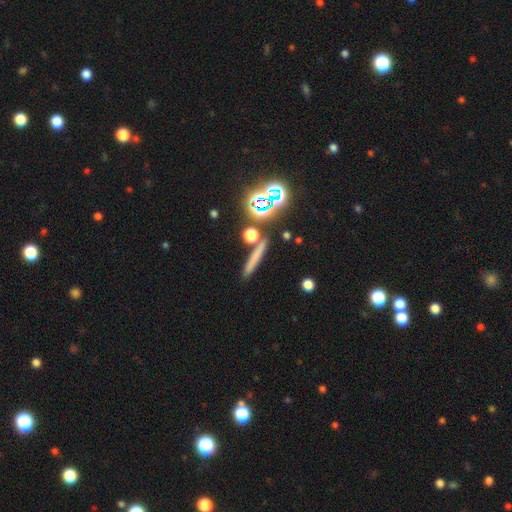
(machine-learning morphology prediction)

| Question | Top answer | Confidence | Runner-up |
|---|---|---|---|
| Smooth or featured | smooth | 54% | star or artifact (25%) |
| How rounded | cigar-shaped | 80% | round (13%) |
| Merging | none | 83% | minor disturbance (7%) |